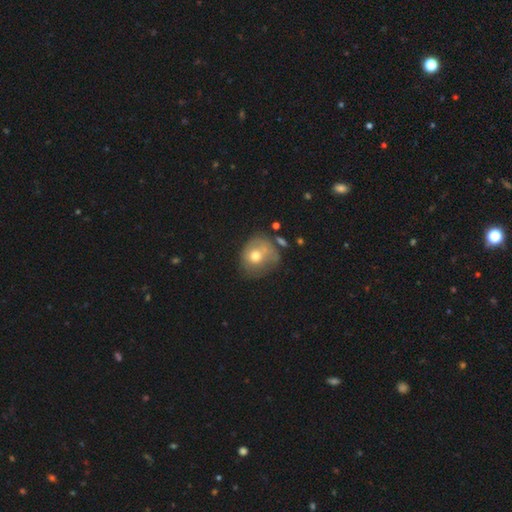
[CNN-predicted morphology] Smooth or featured? smooth (64%)
How rounded? round (74%)
Merging? none (40%)